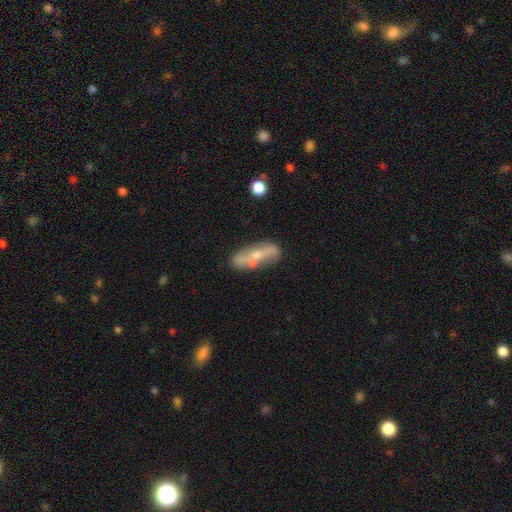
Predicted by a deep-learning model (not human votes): The model was most divided on "edge-on disk": no: 56%, yes: 44%. More confident: merging — none (66%); smooth or featured — featured or disk (56%).